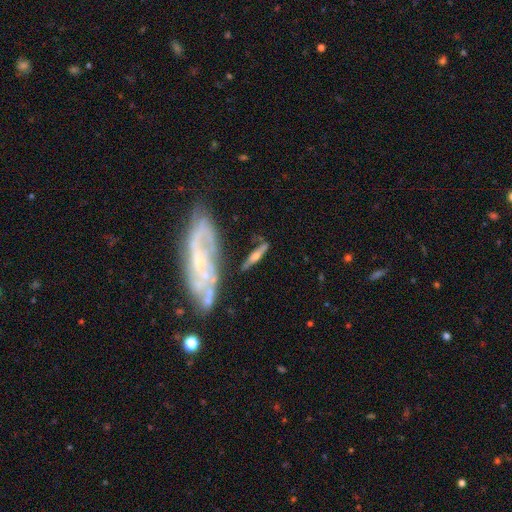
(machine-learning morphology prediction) Smooth or featured?
  - featured or disk: 62% *
  - smooth: 31%
  - star or artifact: 7%
Edge-on disk?
  - yes: 78% *
  - no: 22%
Merging?
  - none: 66% *
  - minor disturbance: 18%
  - merger: 9%
  - major disturbance: 7%